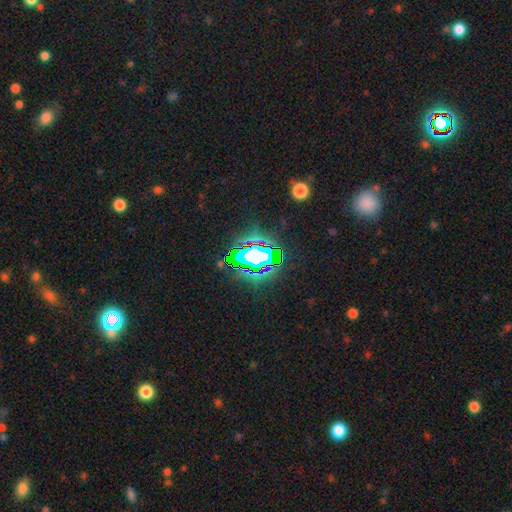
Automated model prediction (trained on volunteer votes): This is likely a star or artifact rather than a galaxy (67%).